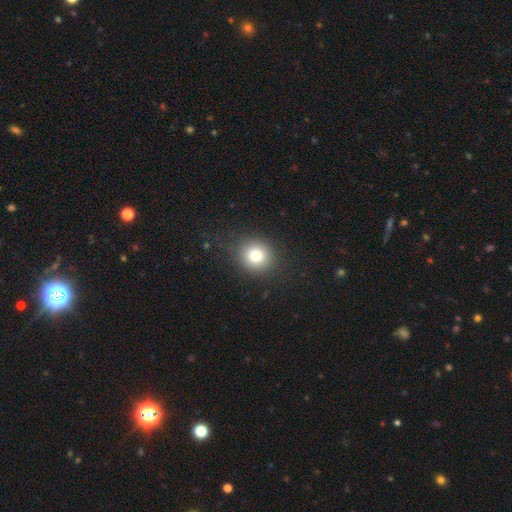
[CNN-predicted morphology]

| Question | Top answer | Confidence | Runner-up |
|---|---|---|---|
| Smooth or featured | smooth | 78% | star or artifact (12%) |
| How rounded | round | 80% | in between (19%) |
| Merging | none | 85% | minor disturbance (10%) |